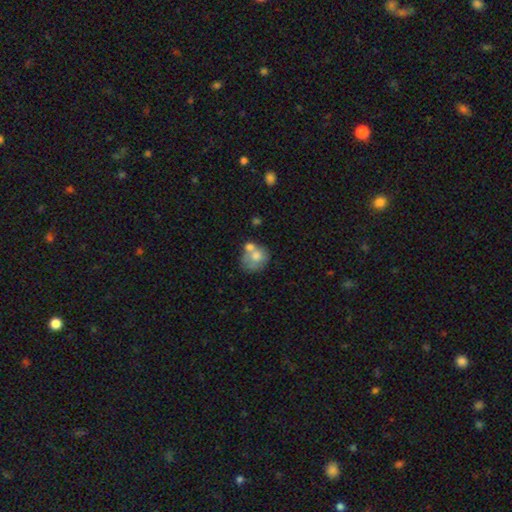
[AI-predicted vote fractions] Smooth or featured? smooth (62%)
How rounded? round (61%)
Merging? merger (40%)